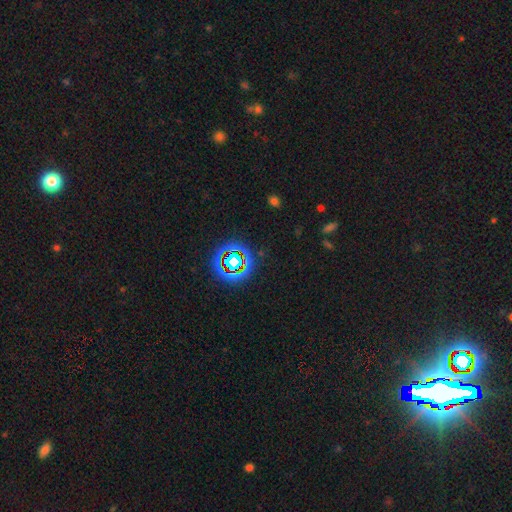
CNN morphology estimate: Q: Smooth or featured?
A: star or artifact (67%); runner-up: smooth (18%)